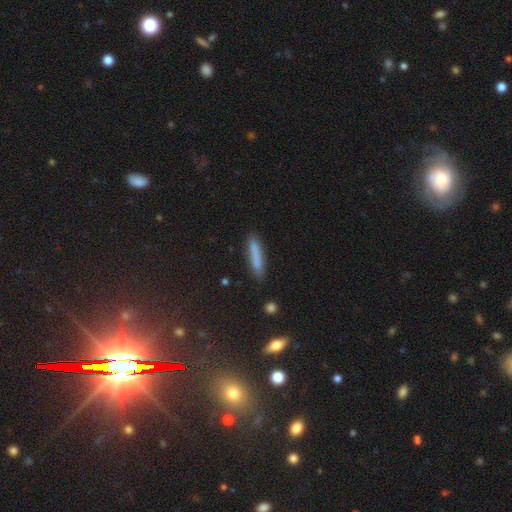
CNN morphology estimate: The model was most divided on "smooth or featured": smooth: 80%, featured or disk: 12%, star or artifact: 8%. More confident: how rounded — cigar-shaped (88%); merging — none (83%).